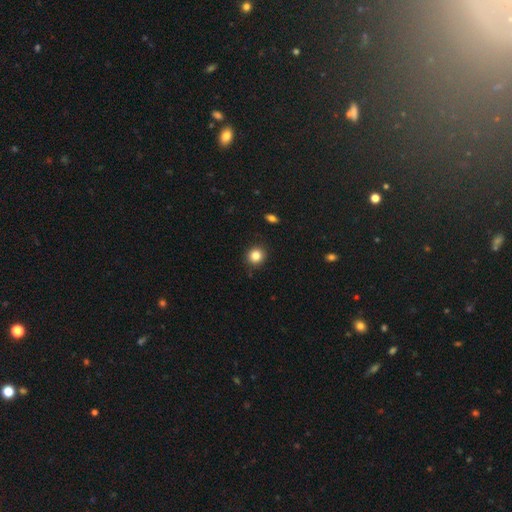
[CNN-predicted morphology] smooth-or-featured: smooth: 84% | star or artifact: 11% | featured or disk: 5%
  how-rounded: round: 90% | in between: 9% | cigar-shaped: 1%
  merging: none: 90% | minor disturbance: 7% | major disturbance: 2% | merger: 1%